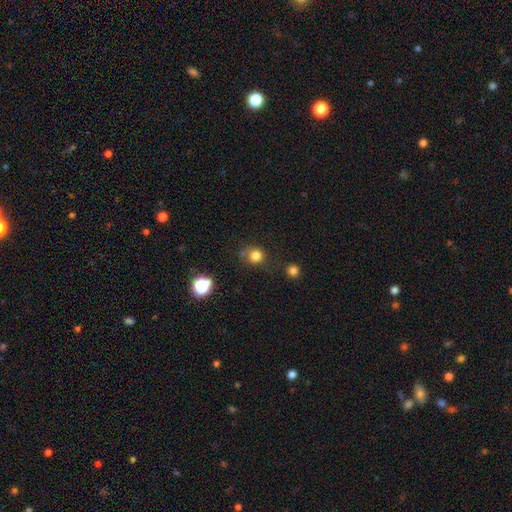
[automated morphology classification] Smooth or featured: smooth — 80% (star or artifact — 15%)
How rounded: round — 86% (in between — 13%)
Merging: none — 69% (minor disturbance — 19%)